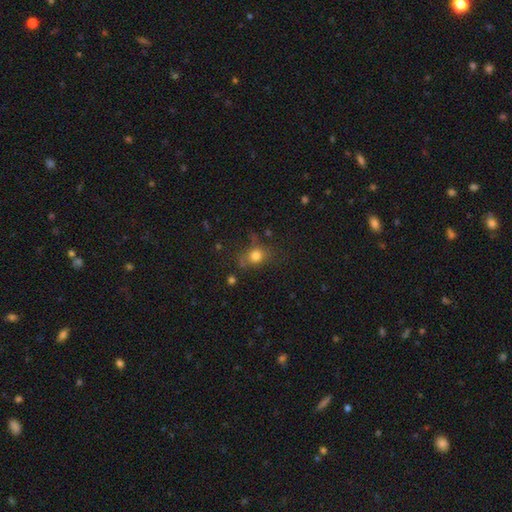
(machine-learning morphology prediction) Smooth or featured? smooth (75%)
How rounded? round (61%)
Merging? none (58%)